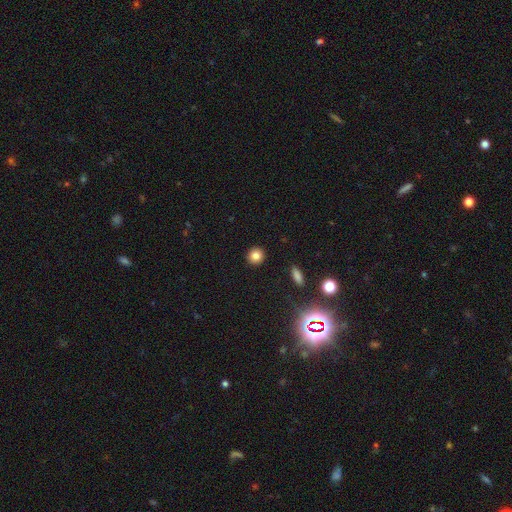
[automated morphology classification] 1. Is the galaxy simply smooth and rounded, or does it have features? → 83% smooth, 11% star or artifact, 6% featured or disk.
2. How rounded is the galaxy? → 91% round, 8% in between, 1% cigar-shaped.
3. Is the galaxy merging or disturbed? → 92% none, 5% minor disturbance, 2% major disturbance, 1% merger.